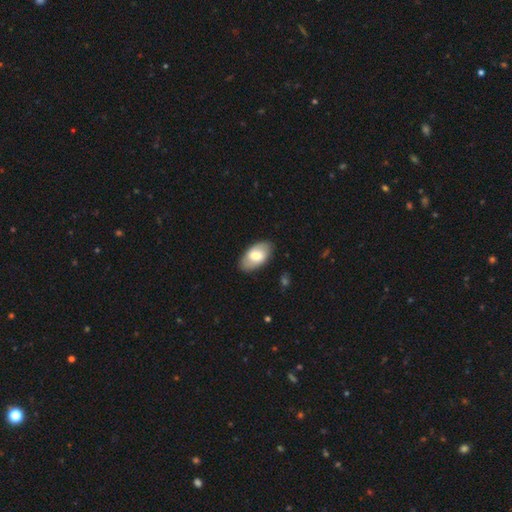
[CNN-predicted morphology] This is likely a smooth galaxy (66%). How rounded: clearly in between (94%). Merging: clearly none (85%).